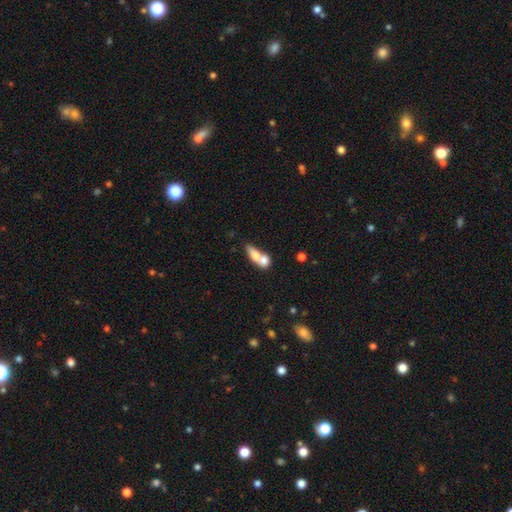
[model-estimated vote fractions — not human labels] Smooth or featured? Predicted: smooth (p=0.68). How rounded? Predicted: in between (p=0.61). Merging? Predicted: merger (p=0.67).